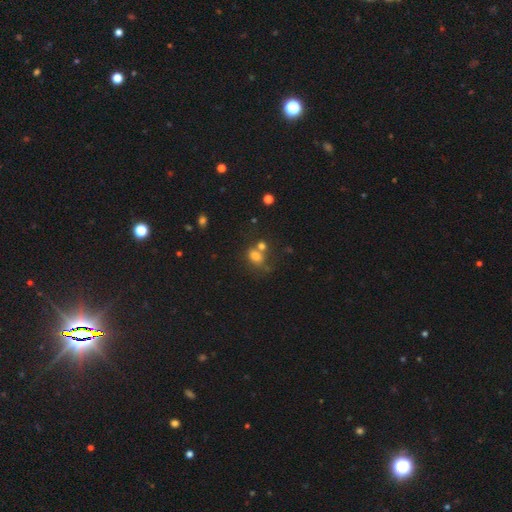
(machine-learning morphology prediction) Smooth or featured: smooth — 75% (star or artifact — 15%)
How rounded: in between — 69% (round — 29%)
Merging: none — 41% (merger — 38%)